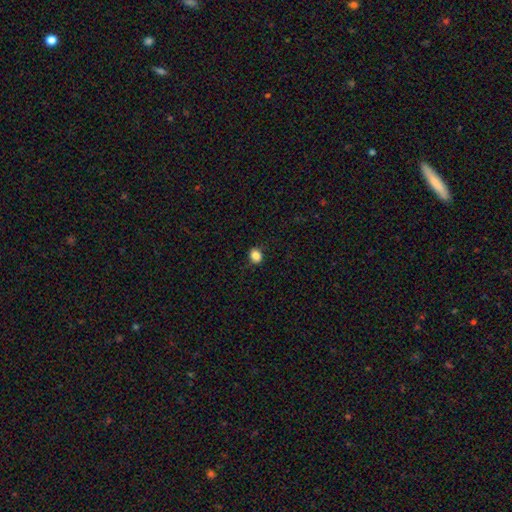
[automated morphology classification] Smooth or featured? Predicted: smooth (p=0.86). How rounded? Predicted: round (p=0.58). Merging? Predicted: none (p=0.86).